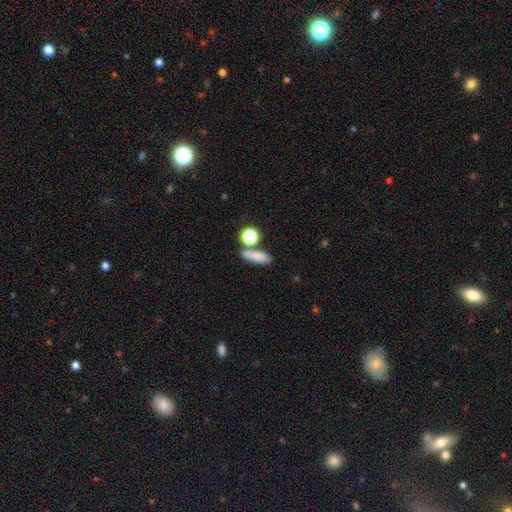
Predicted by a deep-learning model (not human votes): Smooth or featured: smooth — 81% (star or artifact — 11%)
How rounded: in between — 52% (cigar-shaped — 34%)
Merging: none — 66% (merger — 18%)